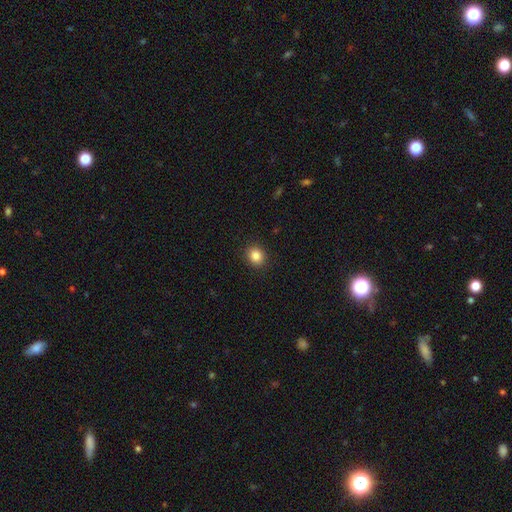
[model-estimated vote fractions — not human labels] Overall: smooth (85%). How rounded: round (75%). Merging: none (91%).